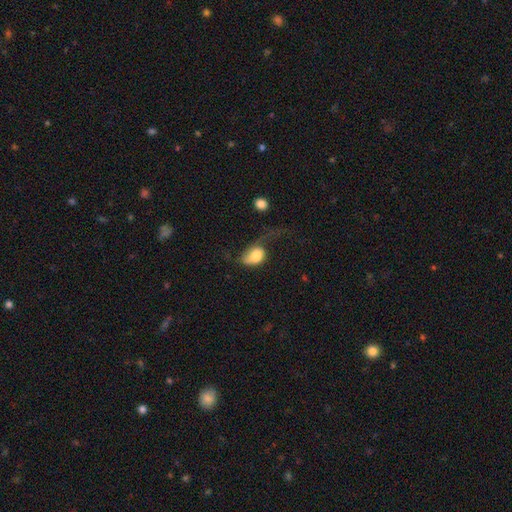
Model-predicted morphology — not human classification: Smooth or featured? smooth (70%)
How rounded? in between (76%)
Merging? major disturbance (55%)